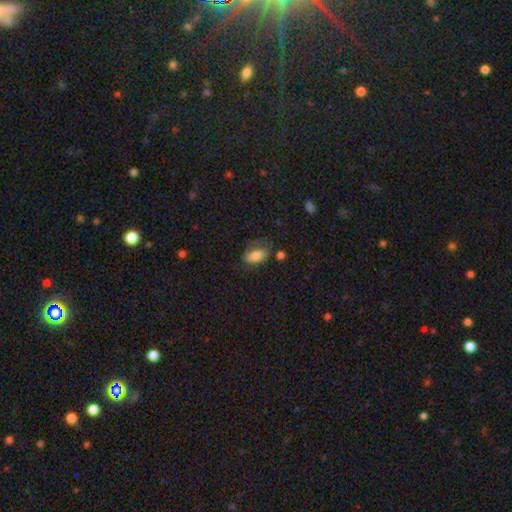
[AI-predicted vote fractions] smooth 73%, featured or disk 19%, star or artifact 8%. Down the decision tree: how rounded — in between (89%); merging — none (44%).